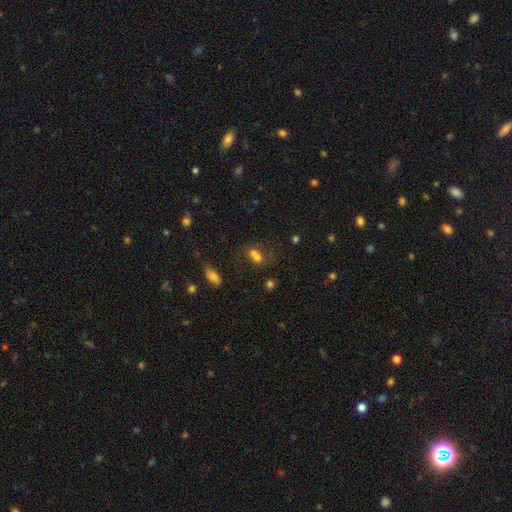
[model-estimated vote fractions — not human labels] smooth_or_featured: smooth (p=0.66) [alt: star or artifact p=0.18]
how_rounded: in between (p=0.53) [alt: round p=0.45]
merging: merger (p=0.57) [alt: none p=0.27]